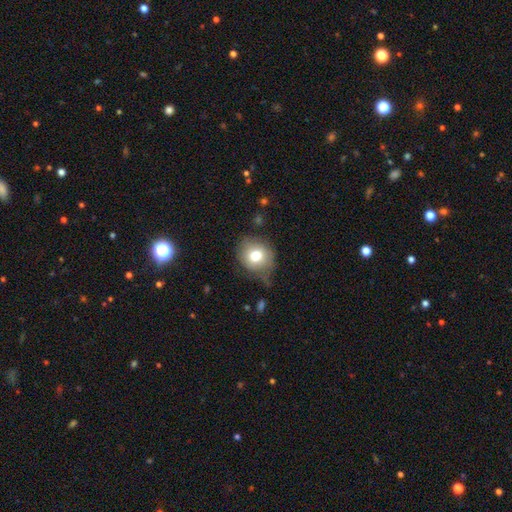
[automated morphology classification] The model was most divided on "merging": none: 64%, minor disturbance: 25%, major disturbance: 9%, merger: 2%. More confident: how rounded — round (78%); smooth or featured — smooth (75%).